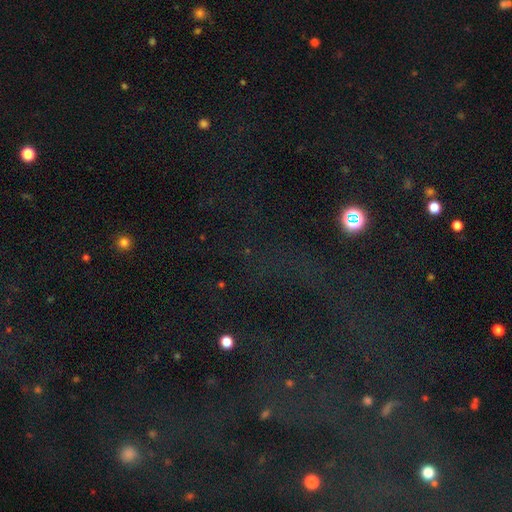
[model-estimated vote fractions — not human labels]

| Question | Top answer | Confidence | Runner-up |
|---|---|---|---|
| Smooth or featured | star or artifact | 78% | smooth (13%) |